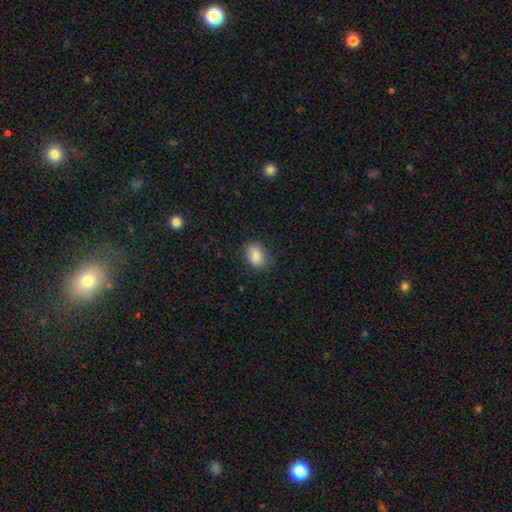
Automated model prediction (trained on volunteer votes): smooth 85%, star or artifact 8%, featured or disk 8%. Down the decision tree: how rounded — in between (72%); merging — none (80%).